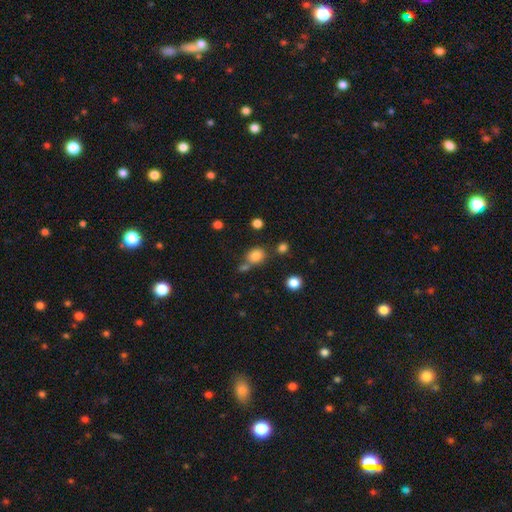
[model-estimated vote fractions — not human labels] A smooth galaxy with no disk features (81%) that is round (65%). Merging: none (62%).